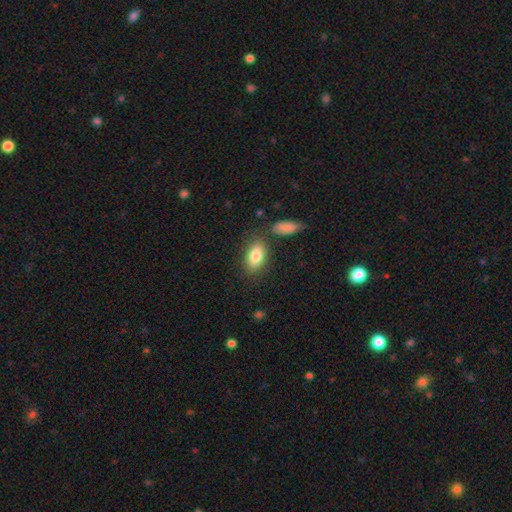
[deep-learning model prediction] Smooth or featured? Predicted: smooth (p=0.83). How rounded? Predicted: in between (p=0.90). Merging? Predicted: none (p=0.75).